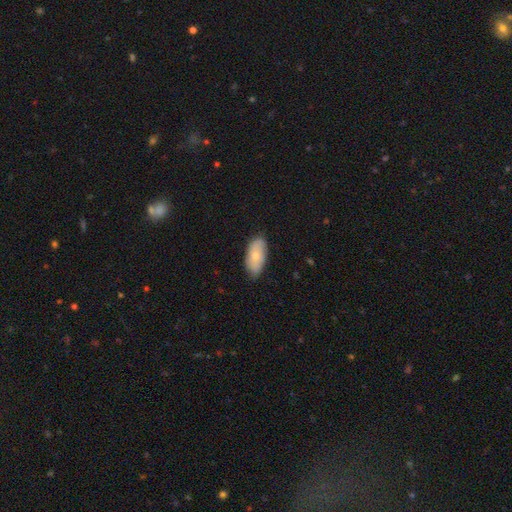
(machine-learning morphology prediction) Smooth or featured: smooth — 73% (featured or disk — 21%)
How rounded: in between — 93% (cigar-shaped — 4%)
Merging: none — 77% (minor disturbance — 19%)